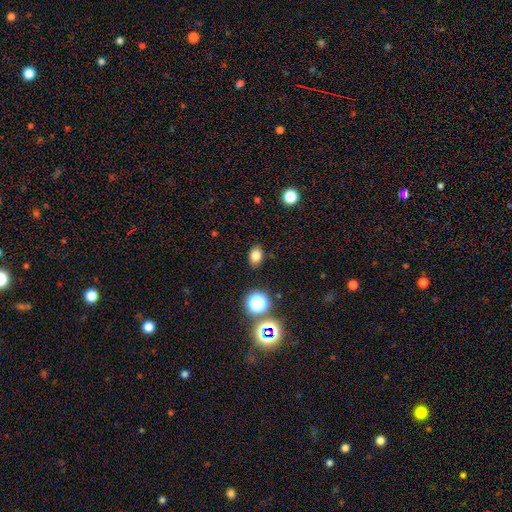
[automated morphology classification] A smooth galaxy with no disk features (80%) that is in between round and cigar-shaped (71%).

Vote fractions:
- Smooth or featured? smooth: 80% / star or artifact: 14% / featured or disk: 6%
- How rounded? in between: 71% / round: 28% / cigar-shaped: 1%
- Merging? none: 87% / minor disturbance: 9% / major disturbance: 3% / merger: 2%